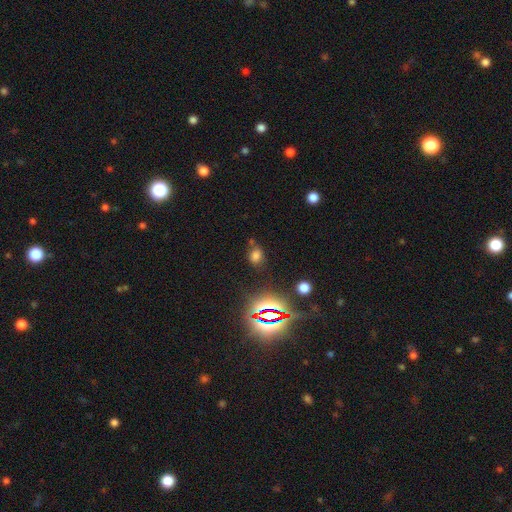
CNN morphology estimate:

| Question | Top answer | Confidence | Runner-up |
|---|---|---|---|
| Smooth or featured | smooth | 61% | star or artifact (31%) |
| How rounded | in between | 61% | round (37%) |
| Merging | none | 70% | minor disturbance (17%) |